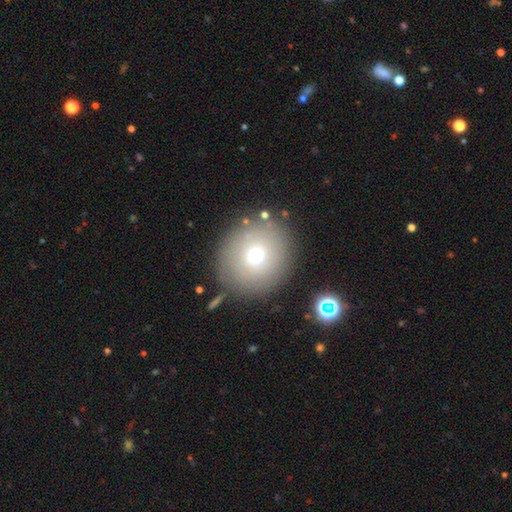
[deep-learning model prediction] A smooth galaxy with no disk features (69%) that is round (91%).

Vote fractions:
- Smooth or featured? smooth: 69% / featured or disk: 16% / star or artifact: 15%
- How rounded? round: 91% / in between: 8% / cigar-shaped: 1%
- Merging? none: 83% / minor disturbance: 8% / major disturbance: 5% / merger: 4%